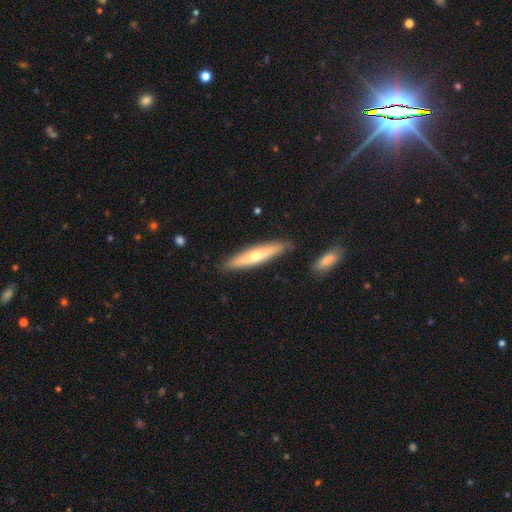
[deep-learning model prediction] The model was most divided on "smooth or featured": smooth: 48%, featured or disk: 47%, star or artifact: 5%. More confident: merging — none (86%).